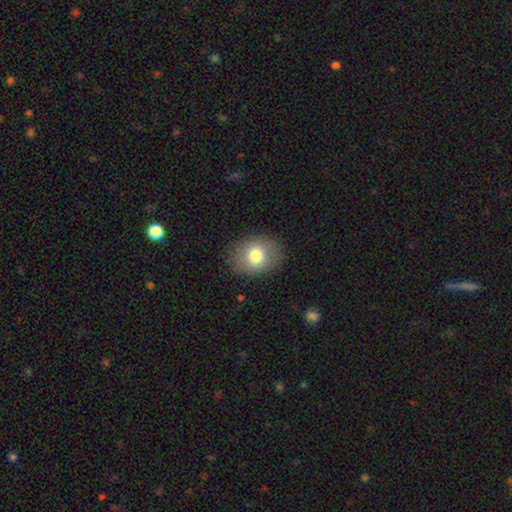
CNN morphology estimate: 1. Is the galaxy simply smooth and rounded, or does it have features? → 78% smooth, 13% featured or disk, 9% star or artifact.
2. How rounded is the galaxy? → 57% in between, 42% round, 1% cigar-shaped.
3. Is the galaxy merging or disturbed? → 85% none, 11% minor disturbance, 3% major disturbance, 1% merger.